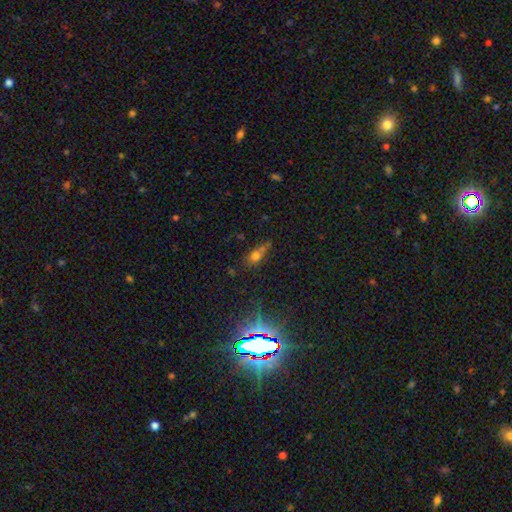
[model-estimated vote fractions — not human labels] Smooth or featured?
  - smooth: 62% *
  - star or artifact: 22%
  - featured or disk: 16%
How rounded?
  - in between: 59% *
  - round: 24%
  - cigar-shaped: 17%
Merging?
  - none: 47% *
  - minor disturbance: 24%
  - merger: 15%
  - major disturbance: 14%